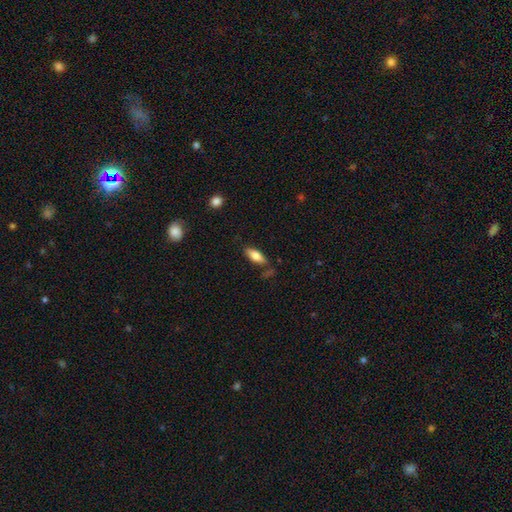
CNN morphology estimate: The model was most divided on "how rounded": in between: 77%, cigar-shaped: 21%, round: 2%. More confident: smooth or featured — smooth (76%); merging — none (76%).